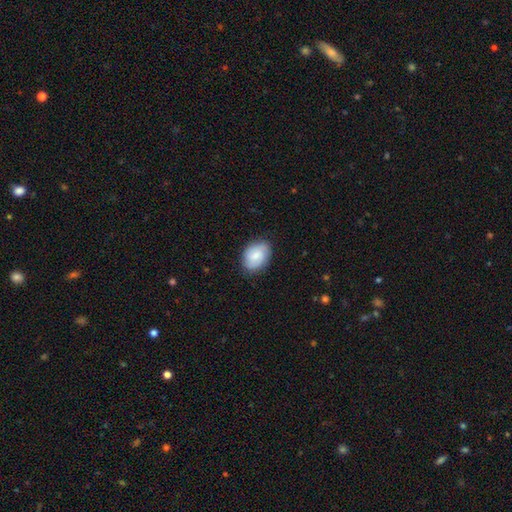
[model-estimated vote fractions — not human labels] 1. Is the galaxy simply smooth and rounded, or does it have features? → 71% smooth, 22% featured or disk, 7% star or artifact.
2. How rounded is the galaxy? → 77% in between, 22% round, 1% cigar-shaped.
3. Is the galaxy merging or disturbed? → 81% none, 15% minor disturbance, 3% major disturbance, 1% merger.